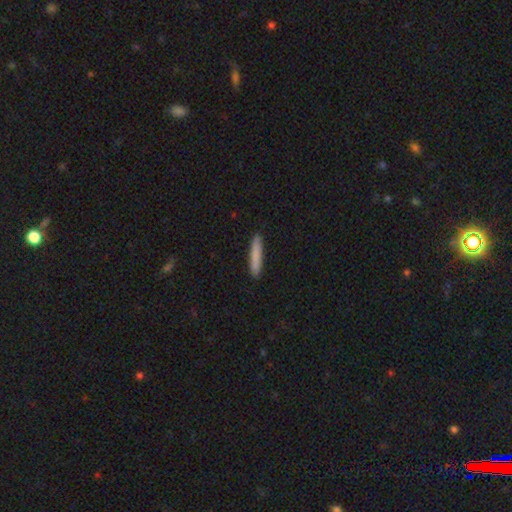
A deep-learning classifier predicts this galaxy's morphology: smooth-or-featured: smooth: 83% | featured or disk: 11% | star or artifact: 6%
  how-rounded: cigar-shaped: 93% | in between: 6% | round: 1%
  merging: none: 91% | minor disturbance: 7% | major disturbance: 1% | merger: 1%